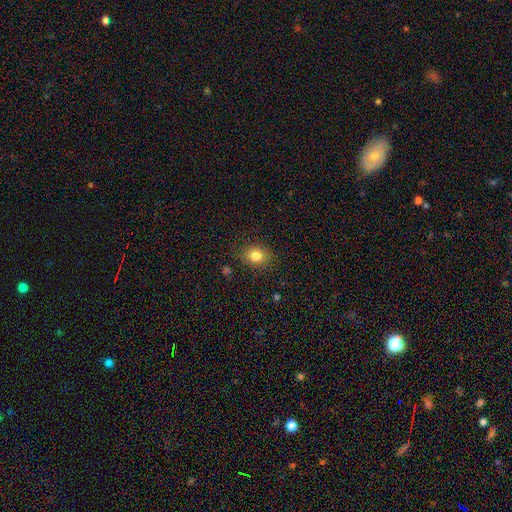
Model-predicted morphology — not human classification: smooth_or_featured: smooth (p=0.81) [alt: star or artifact p=0.12]
how_rounded: round (p=0.64) [alt: in between p=0.35]
merging: none (p=0.86) [alt: minor disturbance p=0.10]